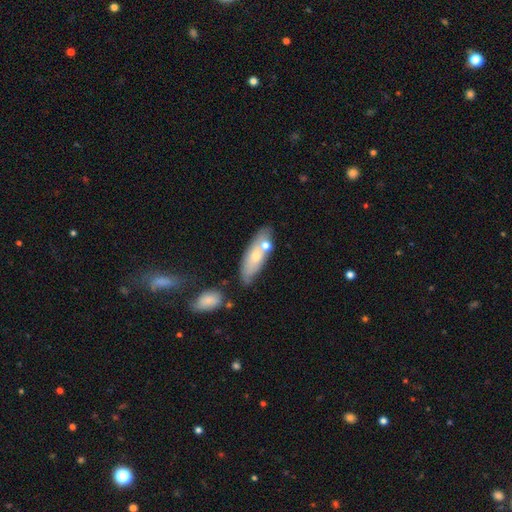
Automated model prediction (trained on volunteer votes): Smooth or featured?
  - smooth: 58% *
  - featured or disk: 35%
  - star or artifact: 7%
How rounded?
  - in between: 61% *
  - cigar-shaped: 36%
  - round: 3%
Merging?
  - none: 58% *
  - merger: 19%
  - minor disturbance: 18%
  - major disturbance: 5%